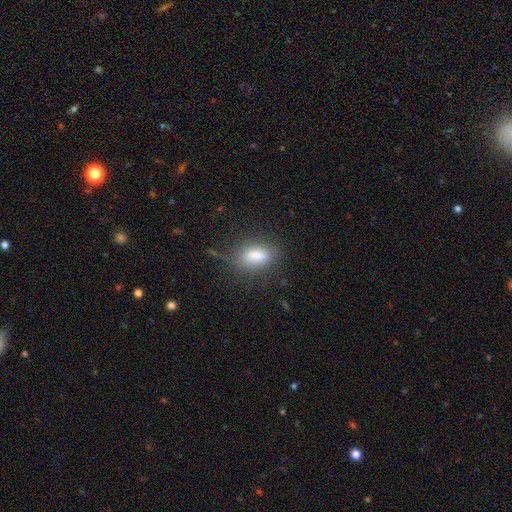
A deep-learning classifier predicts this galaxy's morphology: smooth 81%, featured or disk 10%, star or artifact 9%. Down the decision tree: how rounded — in between (82%); merging — none (69%).